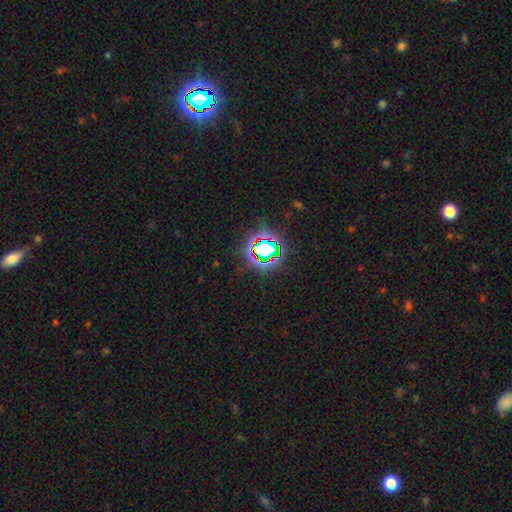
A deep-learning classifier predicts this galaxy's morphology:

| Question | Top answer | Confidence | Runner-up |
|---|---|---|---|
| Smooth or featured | star or artifact | 78% | smooth (14%) |